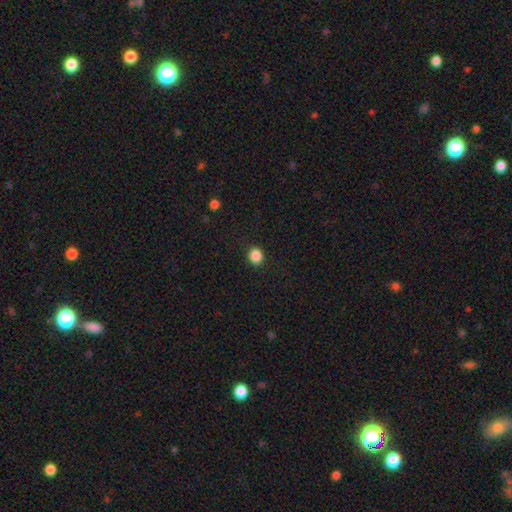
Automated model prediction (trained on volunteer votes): A smooth galaxy with no disk features (87%) that is round (83%). Merging: none (91%).